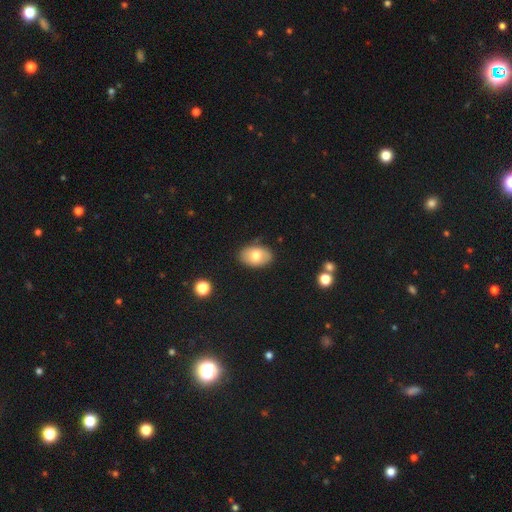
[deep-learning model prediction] Smooth or featured? smooth (72%)
How rounded? in between (87%)
Merging? none (80%)